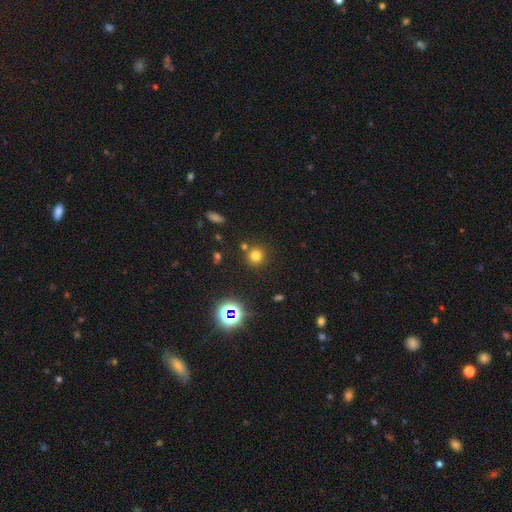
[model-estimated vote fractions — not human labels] Overall: smooth (71%). How rounded: round (93%). Merging: none (81%).